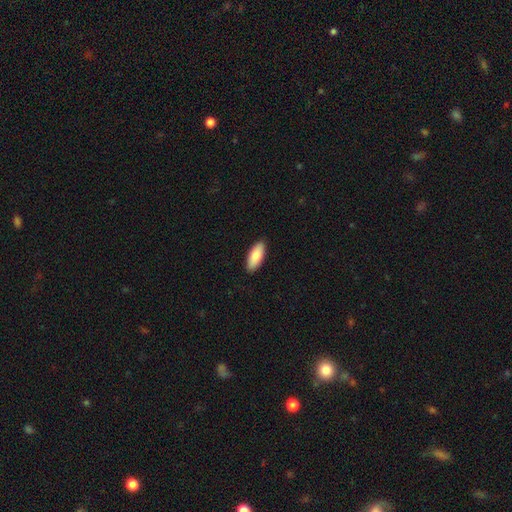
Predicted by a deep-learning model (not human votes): Smooth or featured: smooth — 83% (featured or disk — 11%)
How rounded: in between — 83% (cigar-shaped — 15%)
Merging: none — 90% (minor disturbance — 8%)